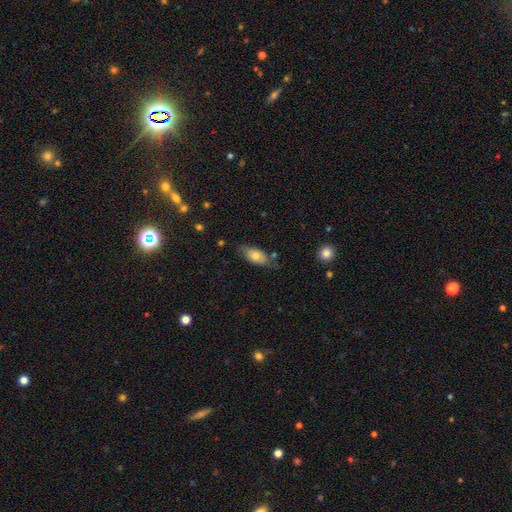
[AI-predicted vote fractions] The model was most divided on "merging": none: 63%, minor disturbance: 26%, major disturbance: 7%, merger: 4%. More confident: how rounded — in between (87%); smooth or featured — smooth (68%).